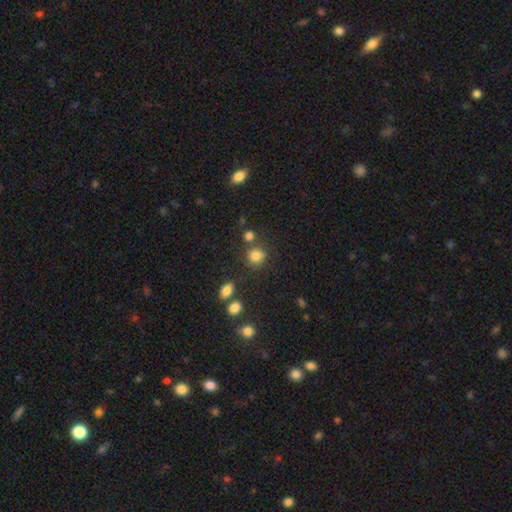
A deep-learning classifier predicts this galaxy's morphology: Smooth or featured? smooth (80%)
How rounded? round (83%)
Merging? none (71%)